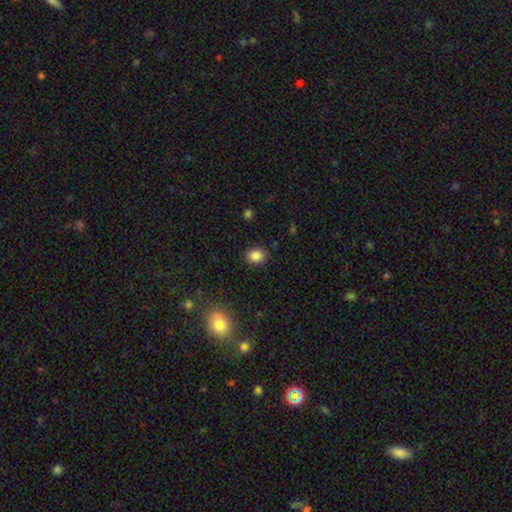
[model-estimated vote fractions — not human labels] A smooth galaxy with no disk features (86%) that is round (56%). Merging: none (87%).